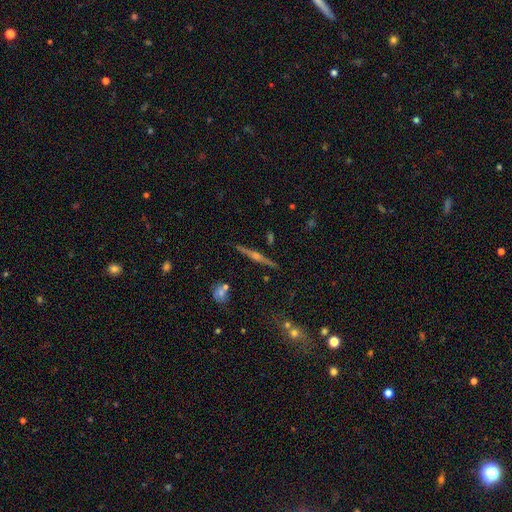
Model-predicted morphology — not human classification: Smooth or featured? featured or disk (83%)
Edge-on disk? yes (98%)
Edge-on bulge? rounded (90%)
Merging? none (90%)